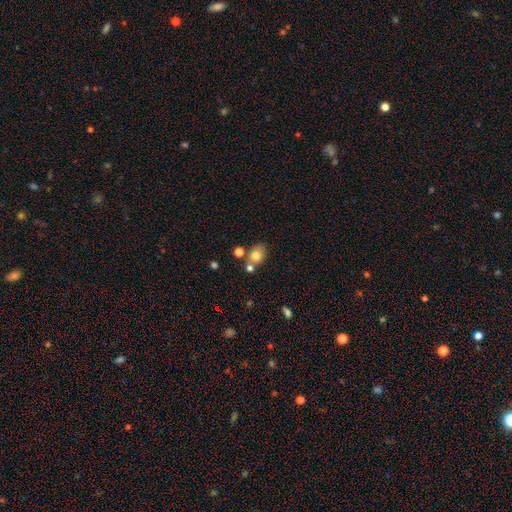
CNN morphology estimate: Overall: smooth (77%). How rounded: in between (59%; round 40%). Merging: none (60%; merger 22%).